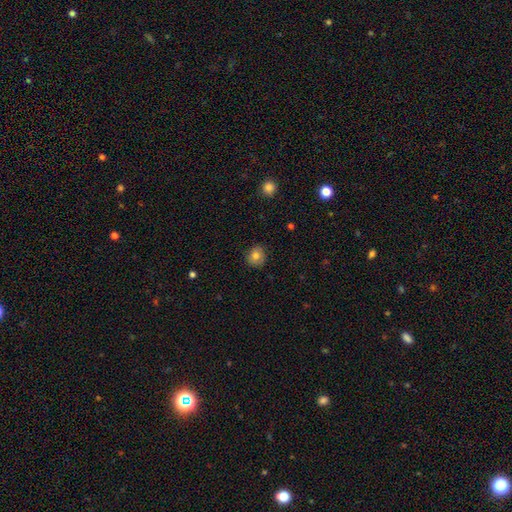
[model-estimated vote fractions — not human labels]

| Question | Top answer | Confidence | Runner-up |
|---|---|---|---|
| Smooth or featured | smooth | 79% | featured or disk (11%) |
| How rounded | round | 83% | in between (17%) |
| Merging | none | 83% | minor disturbance (13%) |